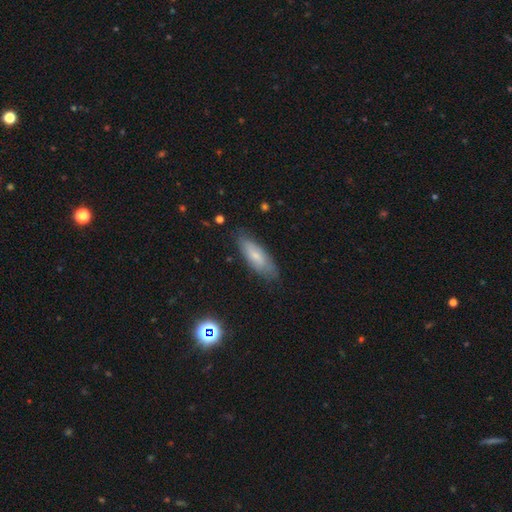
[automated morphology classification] smooth-or-featured: smooth: 63% | featured or disk: 29% | star or artifact: 8%
  how-rounded: in between: 60% | cigar-shaped: 38% | round: 2%
  merging: none: 79% | minor disturbance: 16% | major disturbance: 3% | merger: 1%